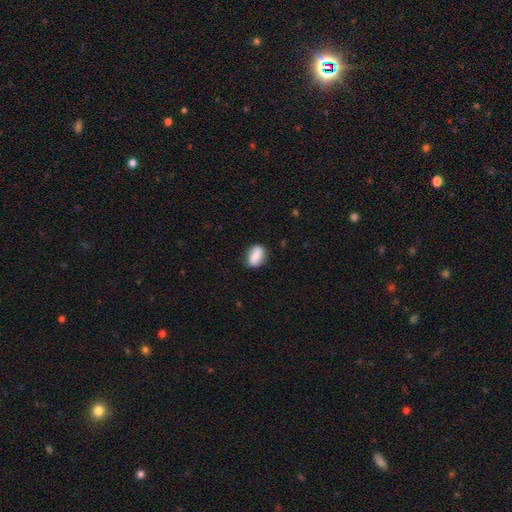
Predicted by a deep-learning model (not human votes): Smooth or featured: smooth — 76% (featured or disk — 17%)
How rounded: in between — 79% (round — 17%)
Merging: none — 80% (minor disturbance — 15%)